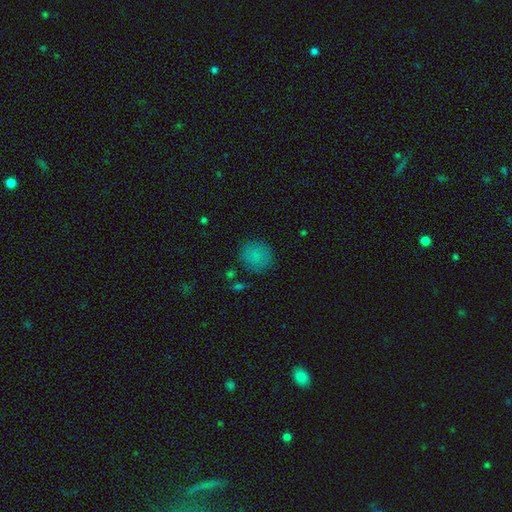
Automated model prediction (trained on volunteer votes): The model was most divided on "smooth or featured": smooth: 82%, star or artifact: 12%, featured or disk: 7%. More confident: how rounded — round (90%); merging — none (83%).